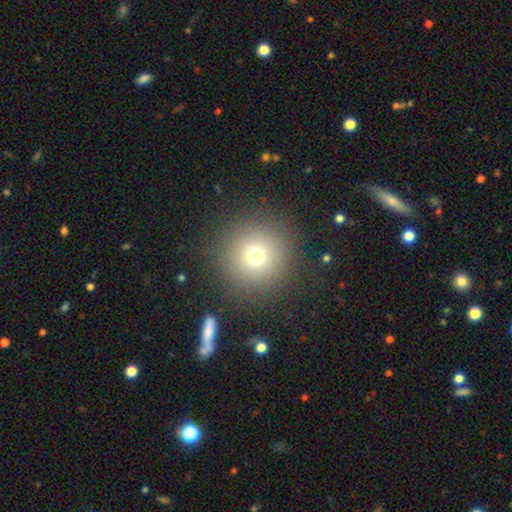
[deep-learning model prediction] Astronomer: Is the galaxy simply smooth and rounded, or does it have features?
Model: smooth — 73%.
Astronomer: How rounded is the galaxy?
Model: round — 96%.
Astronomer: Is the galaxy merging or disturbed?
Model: none — 88%.